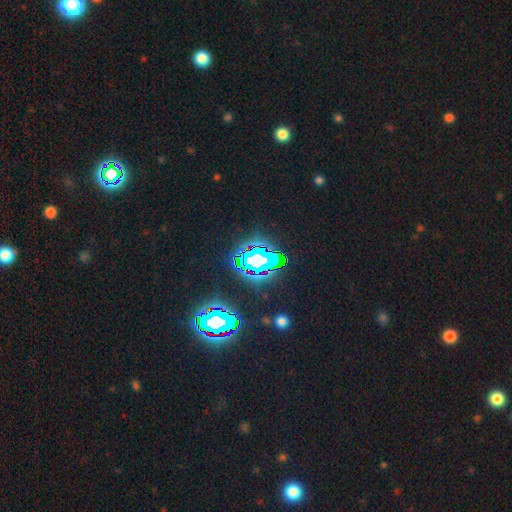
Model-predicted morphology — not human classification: This appears to be a star or artifact, not a galaxy (70%).